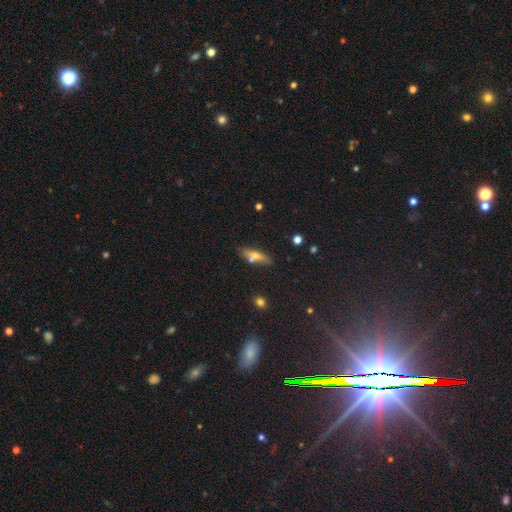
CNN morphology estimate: Smooth or featured? smooth (54%)
How rounded? cigar-shaped (61%)
Merging? none (71%)